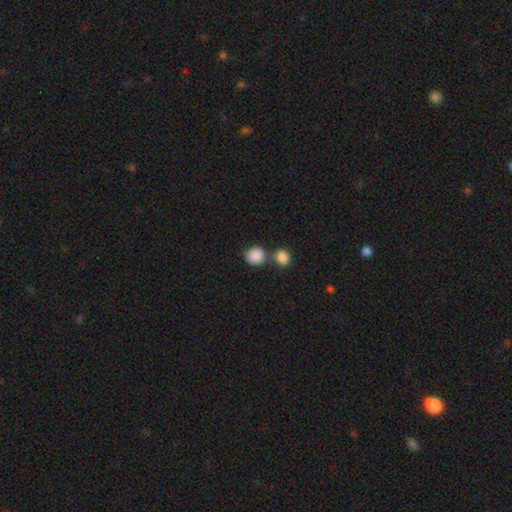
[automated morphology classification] This is clearly a smooth galaxy (88%). How rounded: clearly round (86%). Merging: possibly none (57%).